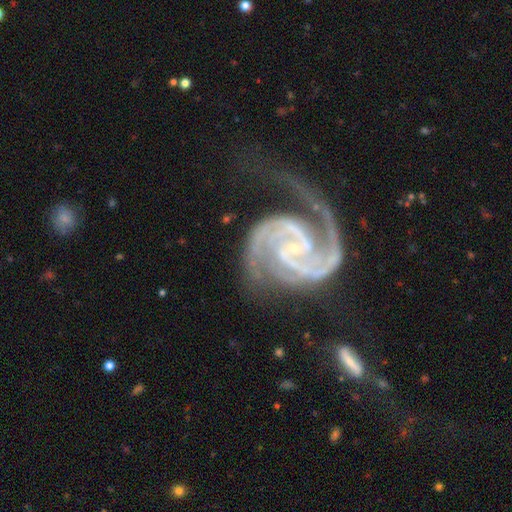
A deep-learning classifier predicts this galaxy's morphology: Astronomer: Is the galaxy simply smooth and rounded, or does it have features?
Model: featured or disk — 93%.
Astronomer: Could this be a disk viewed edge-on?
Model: no — 98%.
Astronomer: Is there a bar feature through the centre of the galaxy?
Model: weak — 41% (runner-up: no, 34%).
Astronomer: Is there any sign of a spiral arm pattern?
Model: yes — 99%.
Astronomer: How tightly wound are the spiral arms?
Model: tight — 46%, tied with medium at 46%.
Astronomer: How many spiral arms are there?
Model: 2 — 80%.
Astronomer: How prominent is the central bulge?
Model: small — 68%.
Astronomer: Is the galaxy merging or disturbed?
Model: none — 50%.